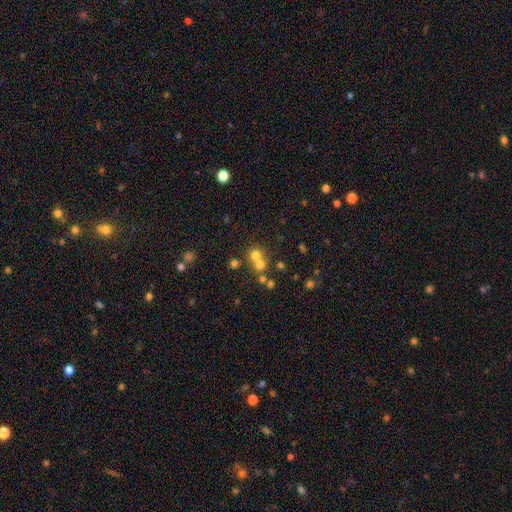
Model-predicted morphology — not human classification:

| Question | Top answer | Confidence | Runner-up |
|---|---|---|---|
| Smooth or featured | smooth | 66% | star or artifact (19%) |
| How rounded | round | 88% | in between (11%) |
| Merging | merger | 46% | none (45%) |